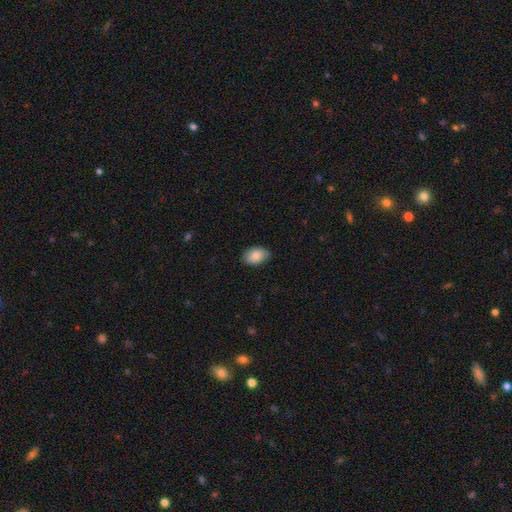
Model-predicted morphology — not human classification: This appears to be a smooth galaxy with no disk features (85%) that is in between round and cigar-shaped (89%). Merging: none (83%).